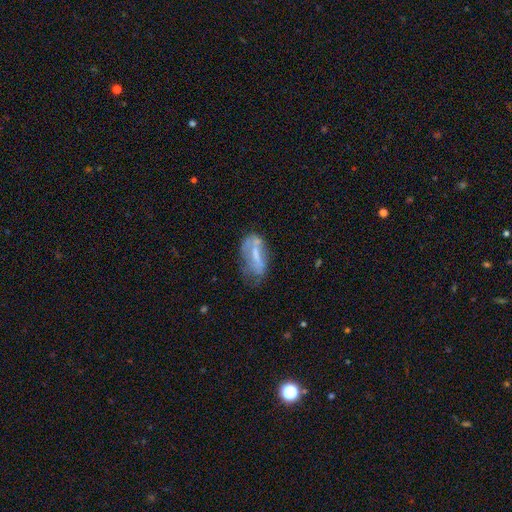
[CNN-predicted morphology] A featured or disk galaxy (49%).

Vote fractions:
- Smooth or featured? featured or disk: 49% / smooth: 41% / star or artifact: 9%
- Merging? none: 36% / minor disturbance: 30% / major disturbance: 25% / merger: 8%